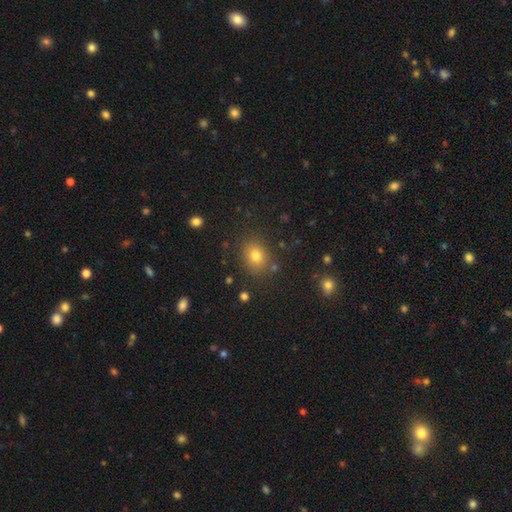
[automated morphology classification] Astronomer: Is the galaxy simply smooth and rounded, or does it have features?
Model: smooth — 77%.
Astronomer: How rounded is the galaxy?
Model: round — 58% (runner-up: in between, 41%).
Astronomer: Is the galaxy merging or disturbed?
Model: none — 83%.